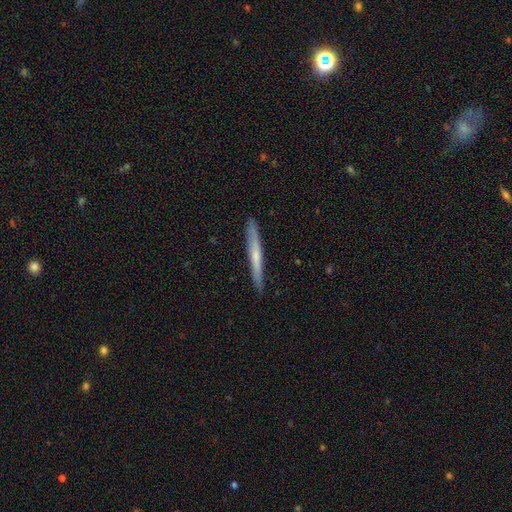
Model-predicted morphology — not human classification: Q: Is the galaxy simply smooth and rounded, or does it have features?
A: smooth — 48%.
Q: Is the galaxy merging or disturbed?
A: none — 89%.